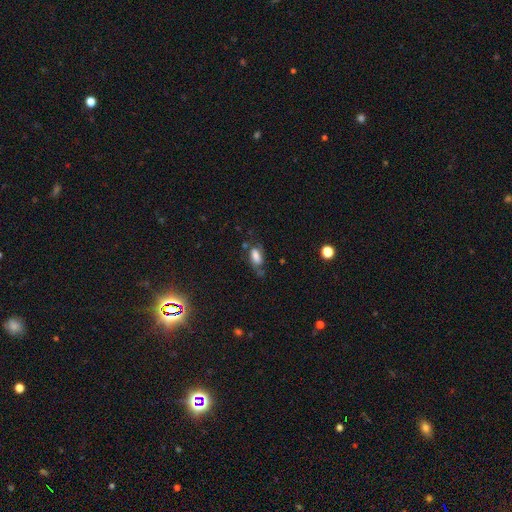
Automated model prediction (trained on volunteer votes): Smooth or featured? smooth (65%)
How rounded? in between (85%)
Merging? none (45%)